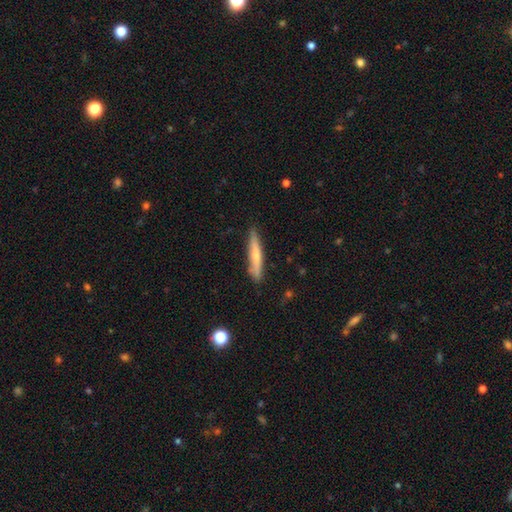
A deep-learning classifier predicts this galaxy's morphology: smooth-or-featured: smooth: 60% | featured or disk: 34% | star or artifact: 6%
  how-rounded: cigar-shaped: 92% | in between: 7% | round: 1%
  merging: none: 82% | minor disturbance: 14% | major disturbance: 2% | merger: 2%